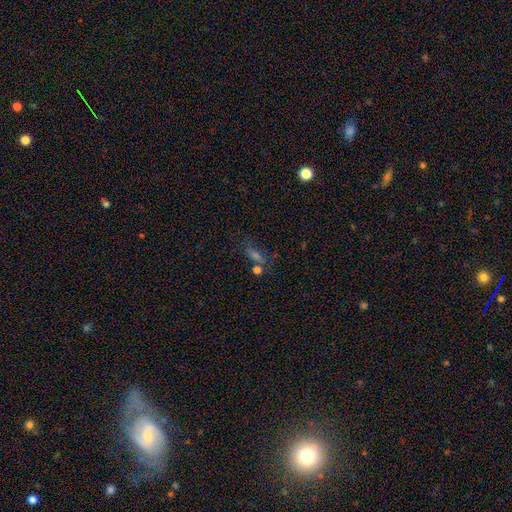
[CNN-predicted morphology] This appears to be a smooth galaxy with no disk features (44%). Merging: none (59%).